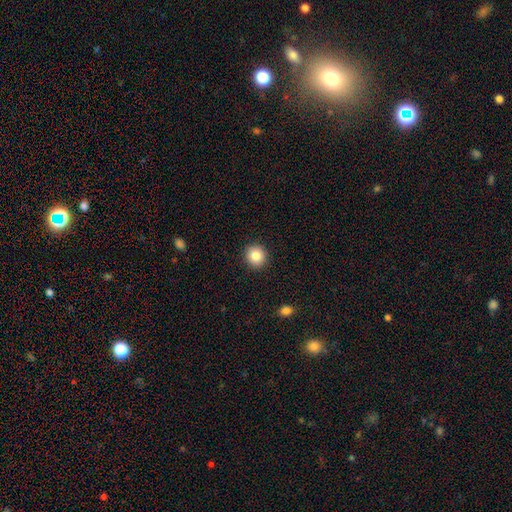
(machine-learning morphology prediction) A smooth galaxy with no disk features (84%) that is round (89%). Merging: none (92%).